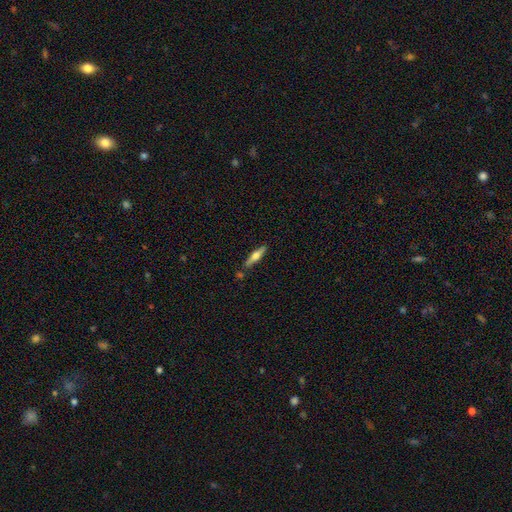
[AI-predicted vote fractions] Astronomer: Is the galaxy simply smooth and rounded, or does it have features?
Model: featured or disk — 48% (runner-up: smooth, 47%).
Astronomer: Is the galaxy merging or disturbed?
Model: none — 80%.